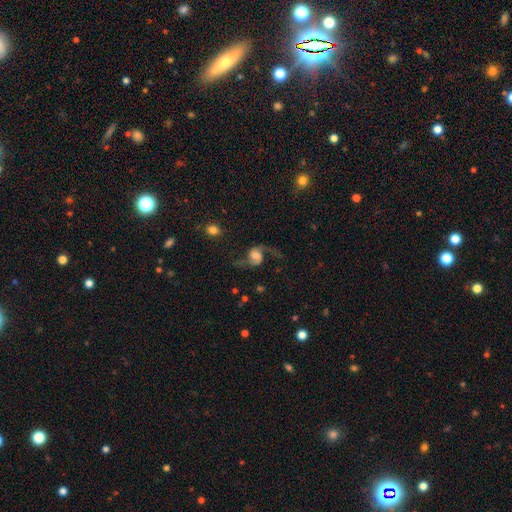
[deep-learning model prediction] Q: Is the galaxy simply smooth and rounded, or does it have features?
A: featured or disk — 81%.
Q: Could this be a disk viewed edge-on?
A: no — 97%.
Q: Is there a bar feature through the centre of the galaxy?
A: no — 54%.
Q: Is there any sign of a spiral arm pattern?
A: yes — 96%.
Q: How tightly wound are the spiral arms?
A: loose — 82%.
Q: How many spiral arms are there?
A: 2 — 92%.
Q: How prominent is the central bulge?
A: moderate — 34%.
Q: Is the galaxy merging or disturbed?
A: none — 64%.